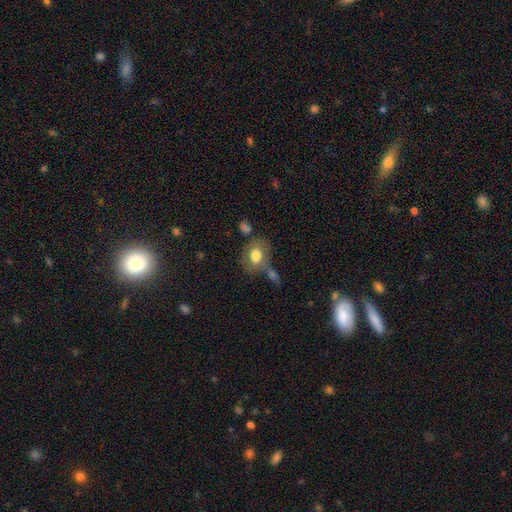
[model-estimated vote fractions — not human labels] This appears to be a smooth galaxy with no disk features (73%) that is in between round and cigar-shaped (59%). Merging: none (49%).